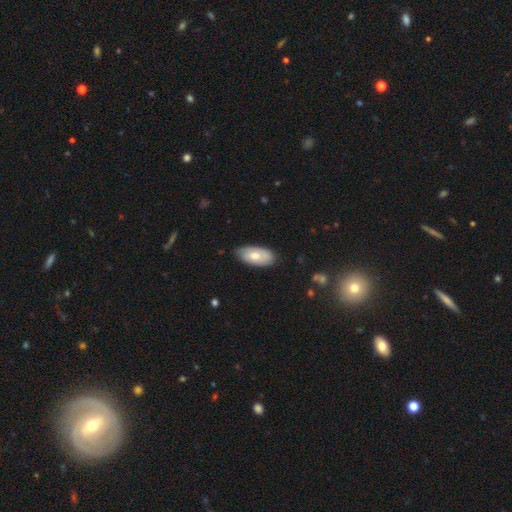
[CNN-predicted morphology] smooth_or_featured: smooth (p=0.64) [alt: featured or disk p=0.30]
how_rounded: in between (p=0.93) [alt: cigar-shaped p=0.05]
merging: none (p=0.75) [alt: minor disturbance p=0.21]